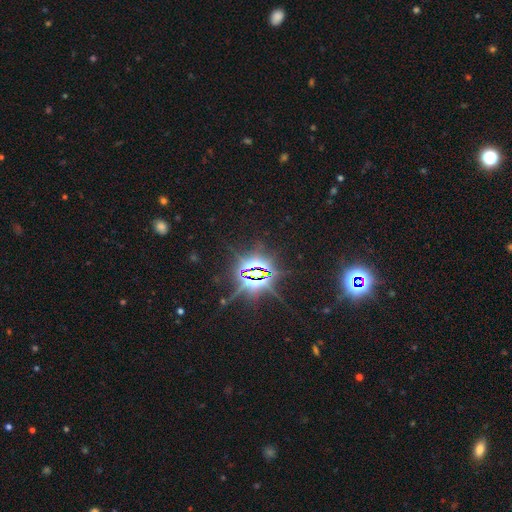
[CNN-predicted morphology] Smooth or featured? Predicted: star or artifact (p=0.84).